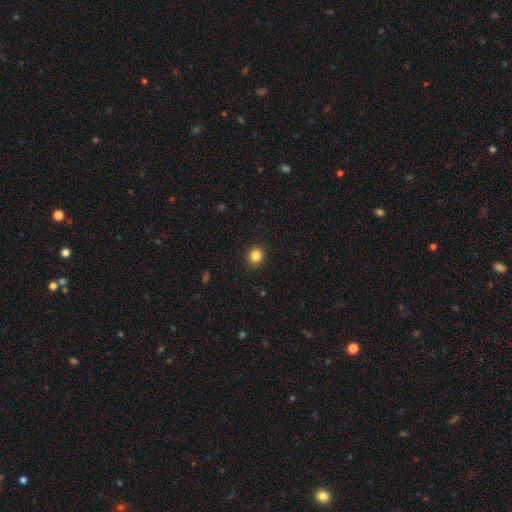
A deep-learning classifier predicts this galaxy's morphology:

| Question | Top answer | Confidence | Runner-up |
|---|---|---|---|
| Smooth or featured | smooth | 85% | star or artifact (11%) |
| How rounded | round | 74% | in between (25%) |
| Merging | none | 91% | minor disturbance (6%) |